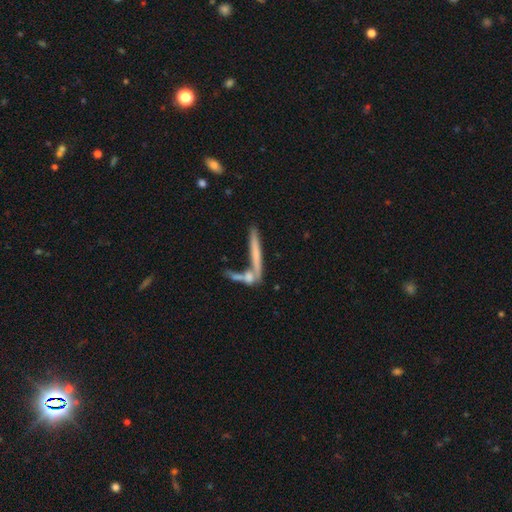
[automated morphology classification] Smooth or featured: featured or disk — 46% (smooth — 44%)
Merging: none — 48% (merger — 34%)